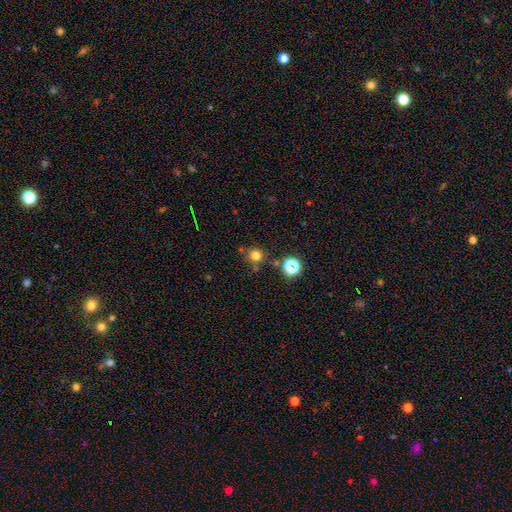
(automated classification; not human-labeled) Smooth or featured: smooth — 74% (star or artifact — 19%)
How rounded: round — 90% (in between — 9%)
Merging: none — 76% (minor disturbance — 11%)